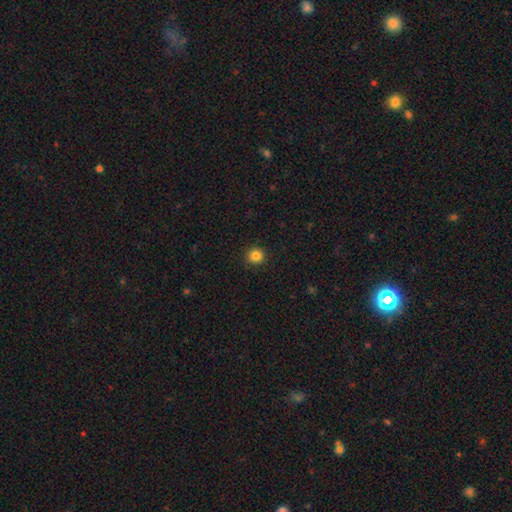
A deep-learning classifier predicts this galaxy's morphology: The model was most divided on "smooth or featured": smooth: 84%, star or artifact: 12%, featured or disk: 4%. More confident: how rounded — round (92%); merging — none (91%).